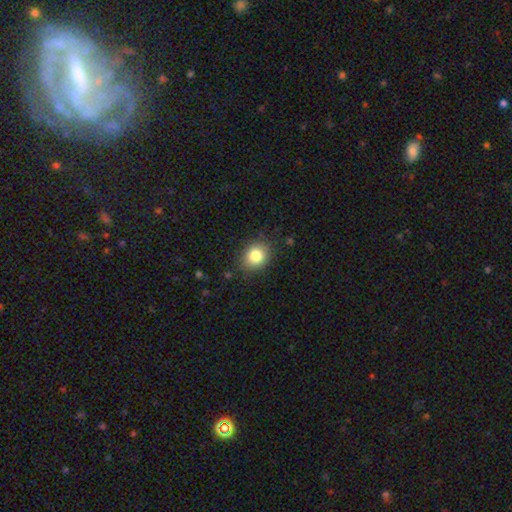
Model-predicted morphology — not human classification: Smooth or featured? smooth (82%)
How rounded? round (62%)
Merging? none (84%)